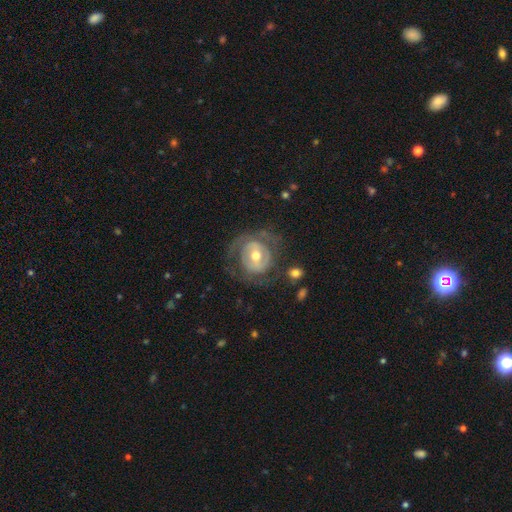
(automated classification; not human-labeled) Q: Smooth or featured?
A: featured or disk (72%); runner-up: smooth (22%)
Q: Edge-on disk?
A: no (97%); runner-up: yes (3%)
Q: Bar?
A: no (44%); runner-up: weak (38%)
Q: Spiral arms?
A: yes (64%); runner-up: no (36%)
Q: Bulge size?
A: moderate (71%); runner-up: small (21%)
Q: Merging?
A: none (62%); runner-up: major disturbance (18%)